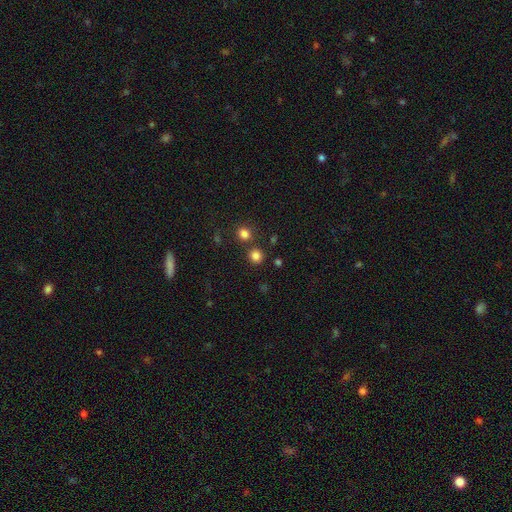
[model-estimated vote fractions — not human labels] The model was most divided on "merging": none: 77%, merger: 13%, minor disturbance: 7%, major disturbance: 3%. More confident: how rounded — round (89%); smooth or featured — smooth (81%).